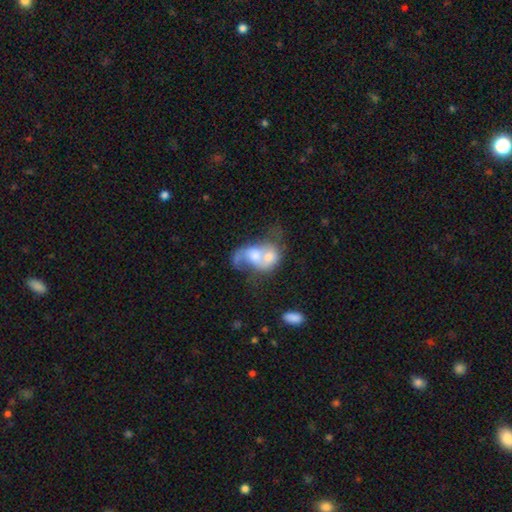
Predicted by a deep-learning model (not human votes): Smooth or featured: featured or disk — 52% (smooth — 39%)
Edge-on disk: no — 96% (yes — 4%)
Merging: merger — 77% (none — 9%)